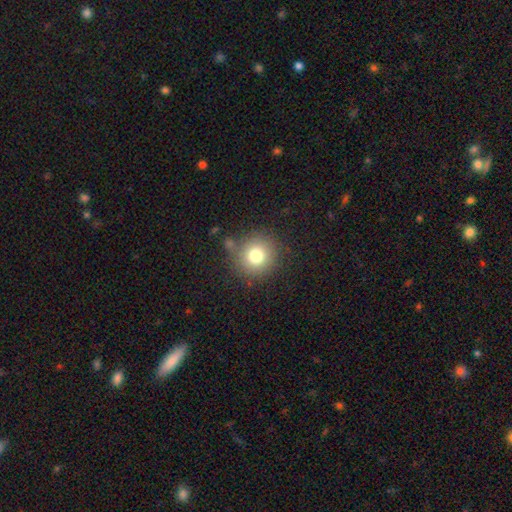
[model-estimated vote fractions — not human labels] smooth-or-featured: smooth: 77% | star or artifact: 13% | featured or disk: 10%
  how-rounded: round: 93% | in between: 6% | cigar-shaped: 1%
  merging: none: 82% | minor disturbance: 10% | merger: 4% | major disturbance: 4%